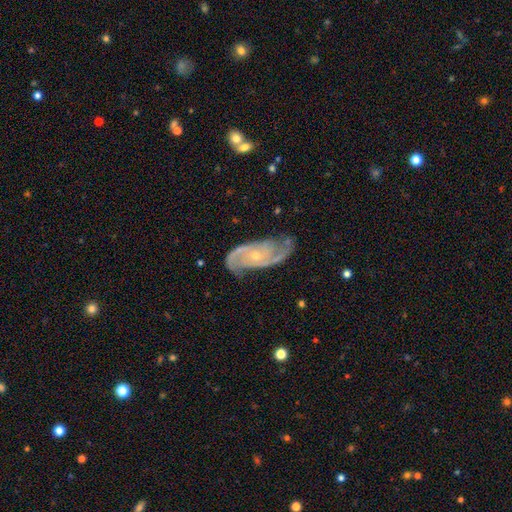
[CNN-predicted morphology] A featured or disk galaxy (89%) with no bar (68%), 2 (75%) medium (47%) spiral arms (97%) and a small central bulge (71%). Merging: none (74%).